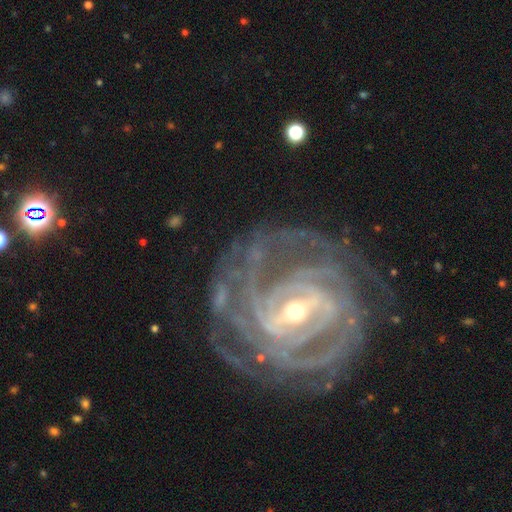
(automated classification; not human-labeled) A featured or disk galaxy (91%) with a strong bar (56%), can't tell (24%, tied with 4) tight (77%) spiral arms (97%) and a small central bulge (53%). Merging: none (74%).